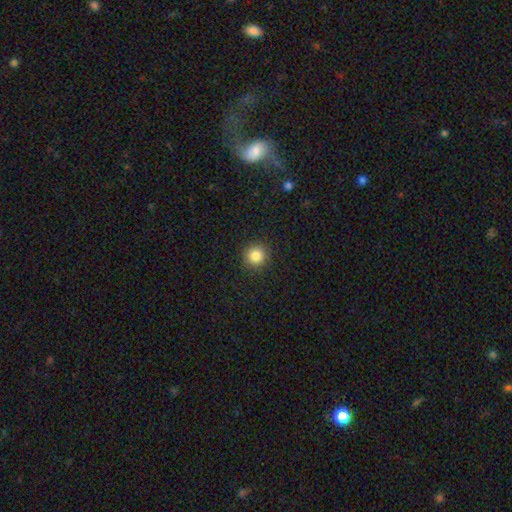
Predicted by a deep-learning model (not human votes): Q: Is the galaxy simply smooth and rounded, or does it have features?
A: smooth — 85%.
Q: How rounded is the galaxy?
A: round — 94%.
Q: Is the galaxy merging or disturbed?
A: none — 92%.